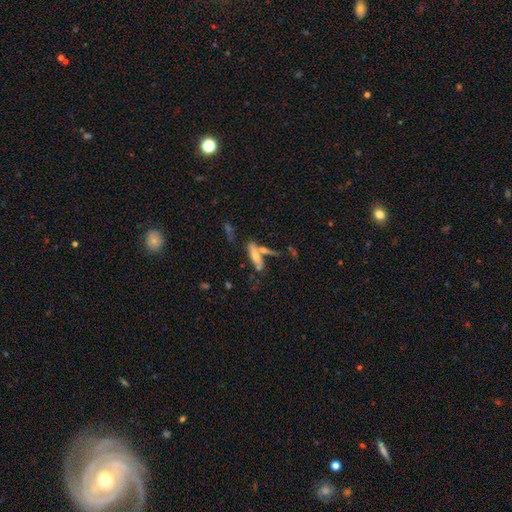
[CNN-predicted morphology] smooth-or-featured: smooth: 56% | featured or disk: 34% | star or artifact: 9%
  how-rounded: cigar-shaped: 65% | in between: 33% | round: 2%
  merging: none: 47% | merger: 29% | minor disturbance: 15% | major disturbance: 8%